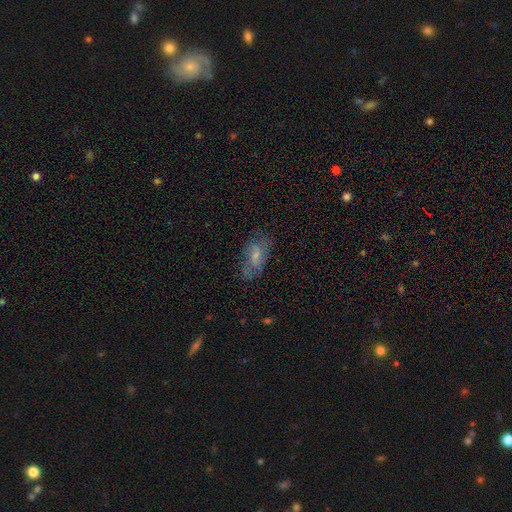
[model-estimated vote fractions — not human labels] Smooth or featured: smooth — 49% (featured or disk — 42%)
Merging: none — 62% (minor disturbance — 23%)